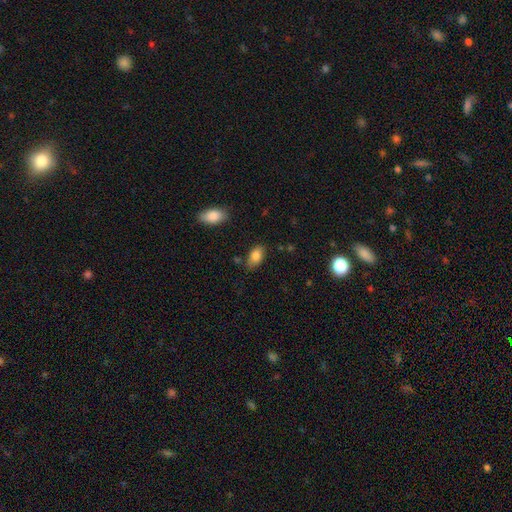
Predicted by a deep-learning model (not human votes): Q: Smooth or featured?
A: smooth (85%); runner-up: featured or disk (8%)
Q: How rounded?
A: in between (92%); runner-up: round (5%)
Q: Merging?
A: none (77%); runner-up: minor disturbance (16%)